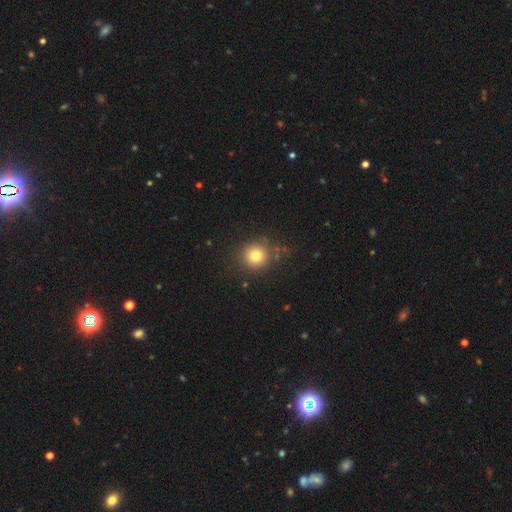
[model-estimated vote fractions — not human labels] This appears to be a smooth galaxy with no disk features (78%) that is round (91%). Merging: none (84%).